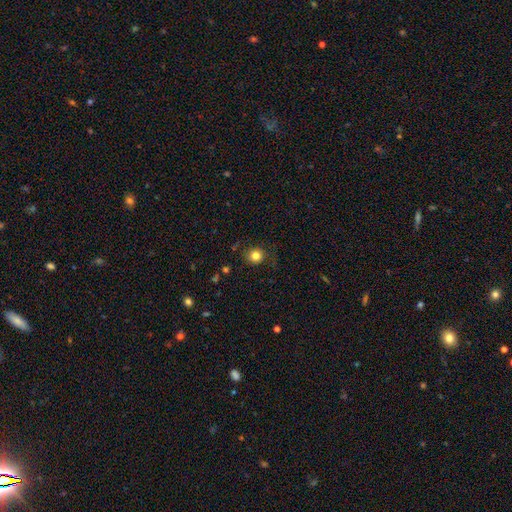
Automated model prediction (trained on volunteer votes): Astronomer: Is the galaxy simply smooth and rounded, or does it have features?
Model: smooth — 81%.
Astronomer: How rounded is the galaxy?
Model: round — 90%.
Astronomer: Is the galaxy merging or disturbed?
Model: none — 84%.